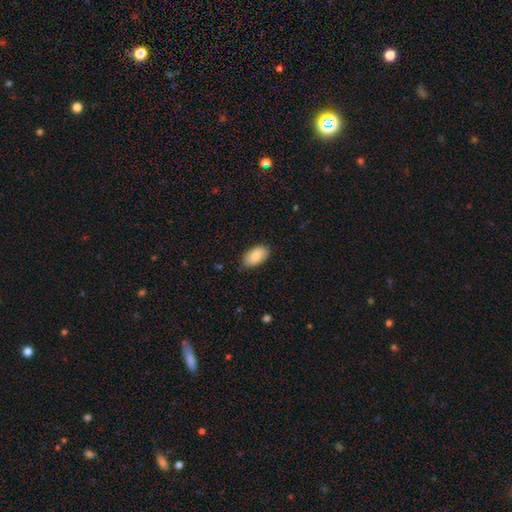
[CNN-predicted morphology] A smooth galaxy with no disk features (86%) that is in between round and cigar-shaped (95%). Merging: none (84%).